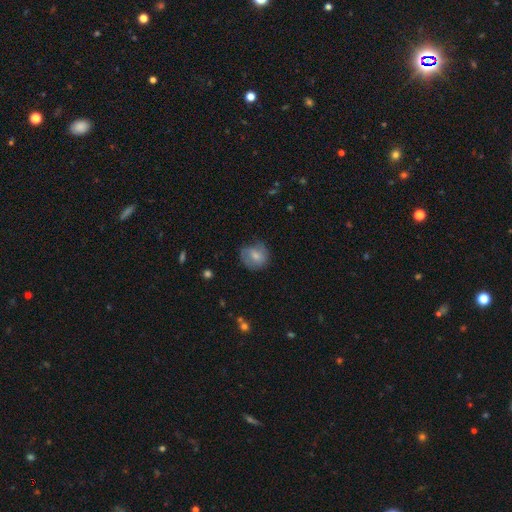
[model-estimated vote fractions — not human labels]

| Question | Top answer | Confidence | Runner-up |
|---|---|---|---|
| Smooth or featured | smooth | 64% | featured or disk (28%) |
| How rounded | round | 74% | in between (25%) |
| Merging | none | 60% | minor disturbance (28%) |